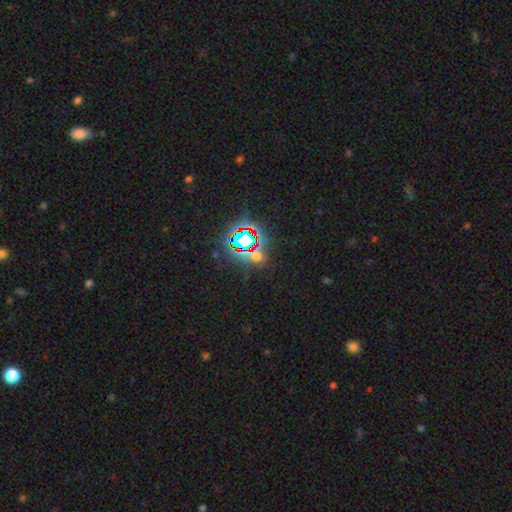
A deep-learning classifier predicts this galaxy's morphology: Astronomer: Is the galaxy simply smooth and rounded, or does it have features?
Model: star or artifact — 70%.